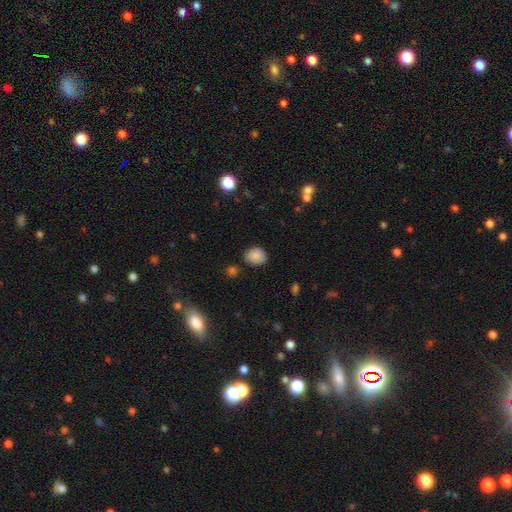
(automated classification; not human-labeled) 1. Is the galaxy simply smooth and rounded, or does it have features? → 86% smooth, 9% star or artifact, 5% featured or disk.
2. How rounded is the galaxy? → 50% in between, 49% round, 1% cigar-shaped.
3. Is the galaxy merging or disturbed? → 79% none, 15% minor disturbance, 3% merger, 3% major disturbance.